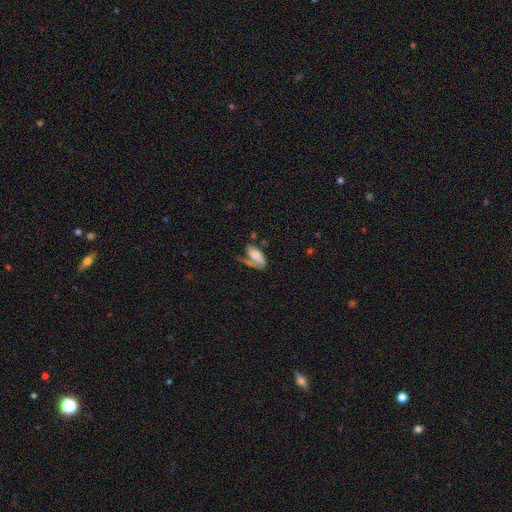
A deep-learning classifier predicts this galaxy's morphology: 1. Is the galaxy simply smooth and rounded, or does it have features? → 61% smooth, 31% featured or disk, 8% star or artifact.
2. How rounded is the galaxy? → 87% in between, 10% cigar-shaped, 3% round.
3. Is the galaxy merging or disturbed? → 33% none, 28% major disturbance, 21% minor disturbance, 18% merger.